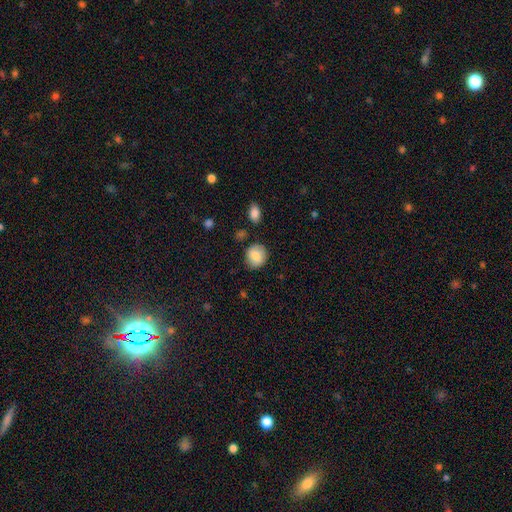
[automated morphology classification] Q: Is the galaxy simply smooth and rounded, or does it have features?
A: smooth — 84%.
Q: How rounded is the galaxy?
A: round — 76%.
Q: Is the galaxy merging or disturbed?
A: none — 82%.